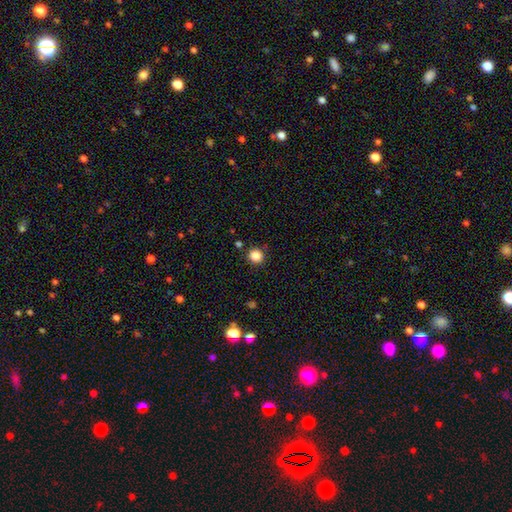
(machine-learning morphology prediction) The model was most divided on "smooth or featured": smooth: 85%, star or artifact: 12%, featured or disk: 3%. More confident: how rounded — round (90%); merging — none (88%).